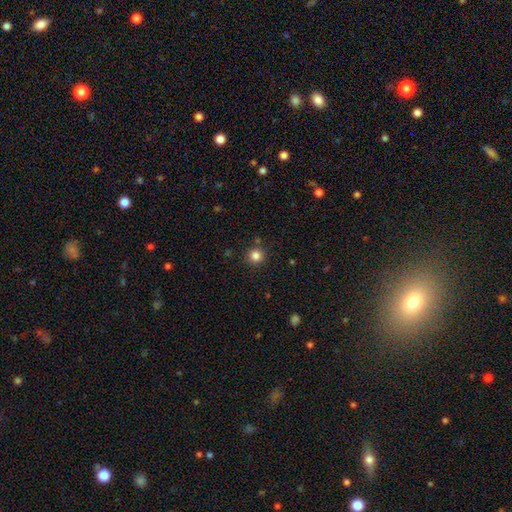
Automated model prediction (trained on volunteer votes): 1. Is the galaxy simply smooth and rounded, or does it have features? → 83% smooth, 13% star or artifact, 4% featured or disk.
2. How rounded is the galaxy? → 94% round, 5% in between, 1% cigar-shaped.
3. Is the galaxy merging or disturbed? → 87% none, 7% minor disturbance, 3% merger, 2% major disturbance.